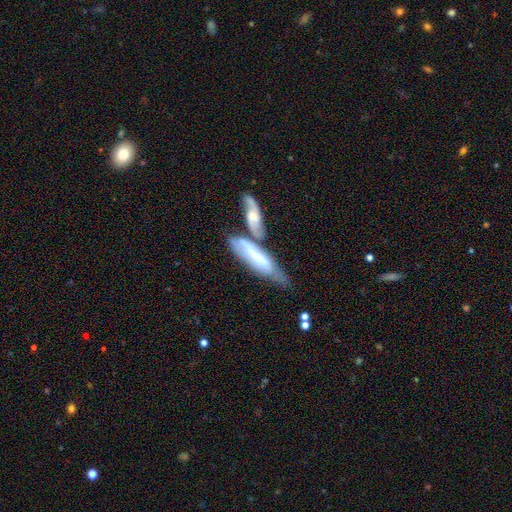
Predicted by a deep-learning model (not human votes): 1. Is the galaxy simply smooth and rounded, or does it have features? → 58% featured or disk, 36% smooth, 6% star or artifact.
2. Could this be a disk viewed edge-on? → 59% no, 41% yes.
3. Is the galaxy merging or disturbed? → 43% merger, 32% none, 16% minor disturbance, 8% major disturbance.